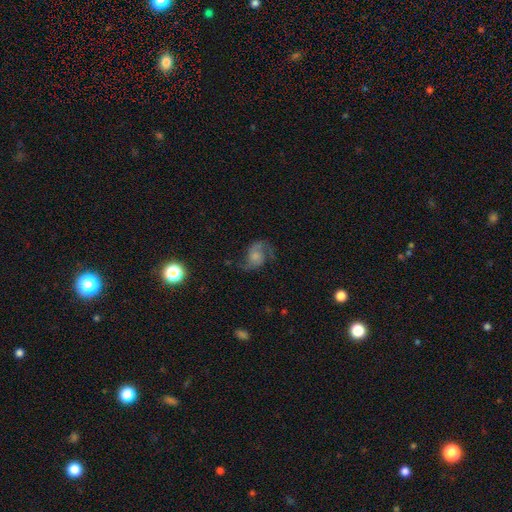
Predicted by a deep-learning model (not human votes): The model was most divided on "bulge size" (2-way tie): moderate: 28%, small: 28%, none: 25%, large: 16%, dominant: 4%. More confident: edge-on disk — no (98%); spiral arms — yes (94%); spiral arm count — 2 (91%); smooth or featured — featured or disk (75%); bar — no (66%); merging — none (63%); spiral winding — loose (57%).